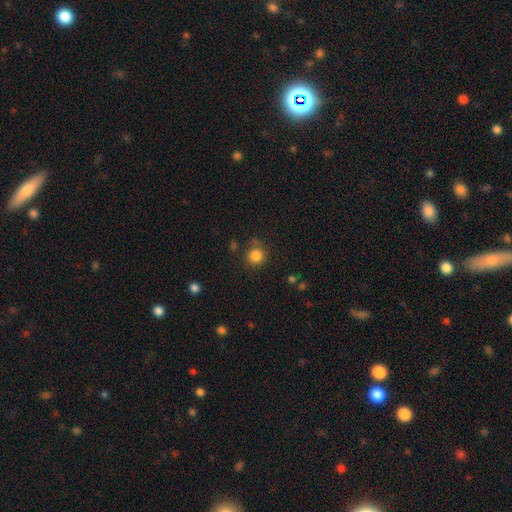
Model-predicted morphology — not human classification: Smooth or featured? Predicted: smooth (p=0.84). How rounded? Predicted: round (p=0.92). Merging? Predicted: none (p=0.79).